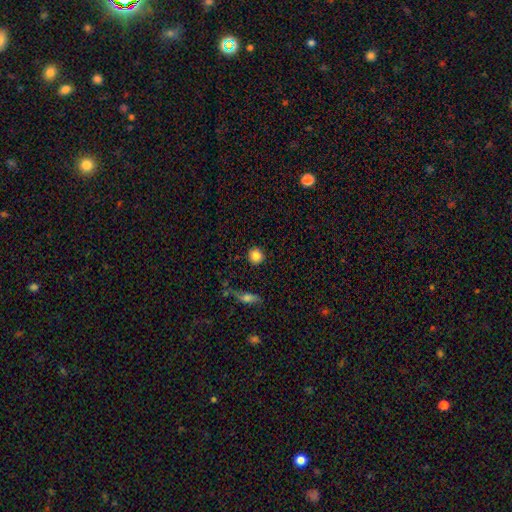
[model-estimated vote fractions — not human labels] This appears to be a smooth galaxy with no disk features (85%) that is round (91%). Merging: none (89%).